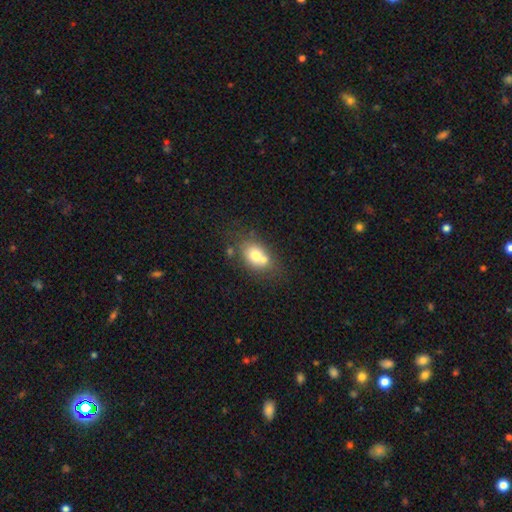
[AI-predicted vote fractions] smooth-or-featured: smooth: 68% | featured or disk: 22% | star or artifact: 10%
  how-rounded: in between: 69% | round: 29% | cigar-shaped: 2%
  merging: none: 43% | merger: 38% | minor disturbance: 13% | major disturbance: 5%